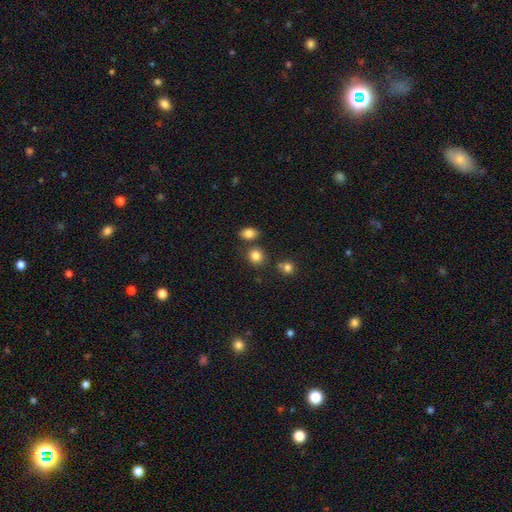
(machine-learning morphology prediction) Smooth or featured? smooth (83%)
How rounded? round (79%)
Merging? none (74%)